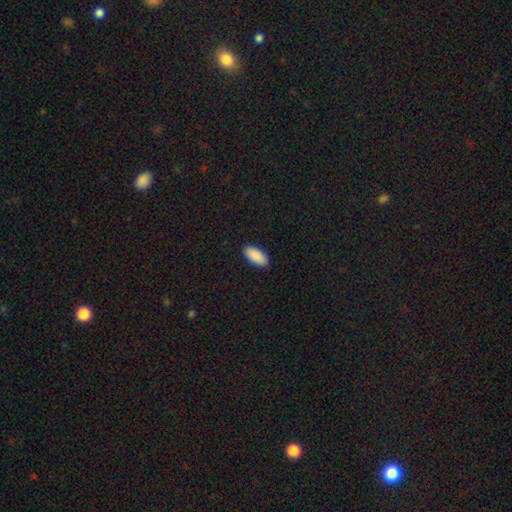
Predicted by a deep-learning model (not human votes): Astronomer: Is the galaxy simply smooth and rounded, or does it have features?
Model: smooth — 91%.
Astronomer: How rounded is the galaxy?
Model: in between — 92%.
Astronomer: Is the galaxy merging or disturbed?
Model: none — 90%.